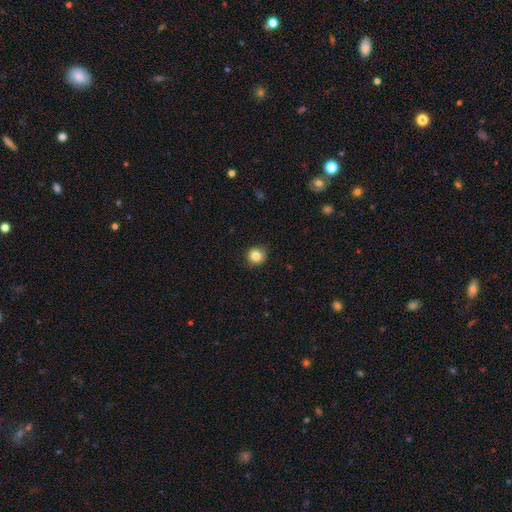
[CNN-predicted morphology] This is clearly a smooth galaxy (84%). How rounded: clearly round (91%). Merging: clearly none (89%).